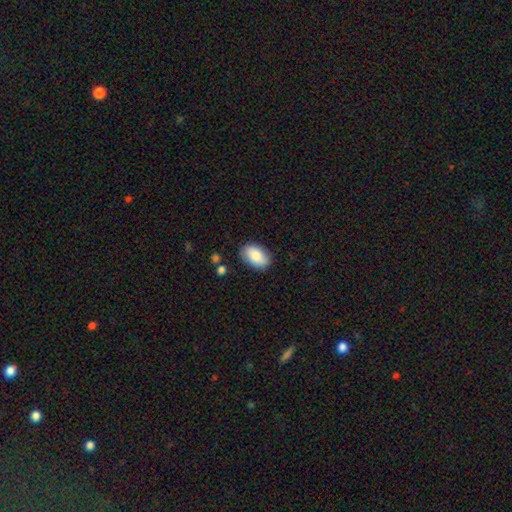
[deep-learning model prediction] The model was most divided on "merging": none: 83%, minor disturbance: 12%, major disturbance: 3%, merger: 2%. More confident: how rounded — in between (91%); smooth or featured — smooth (84%).